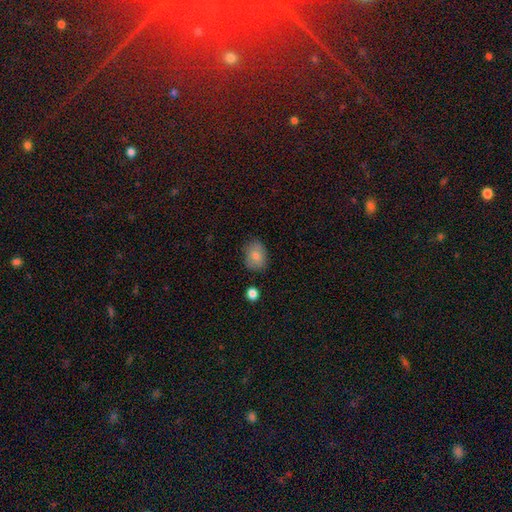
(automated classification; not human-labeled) smooth-or-featured: smooth: 83% | featured or disk: 10% | star or artifact: 8%
  how-rounded: in between: 66% | round: 33% | cigar-shaped: 1%
  merging: none: 77% | minor disturbance: 17% | major disturbance: 4% | merger: 2%